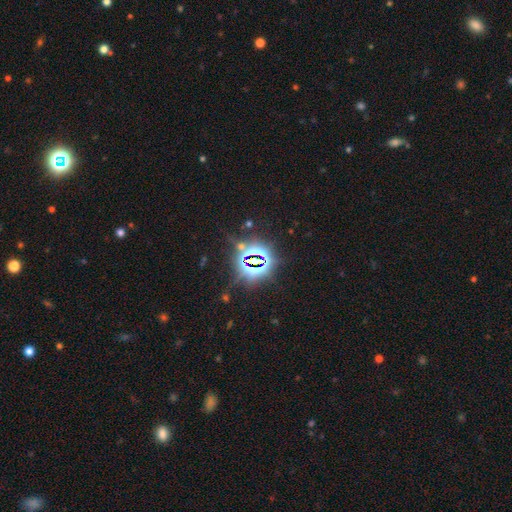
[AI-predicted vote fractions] Smooth or featured? Predicted: star or artifact (p=0.82).